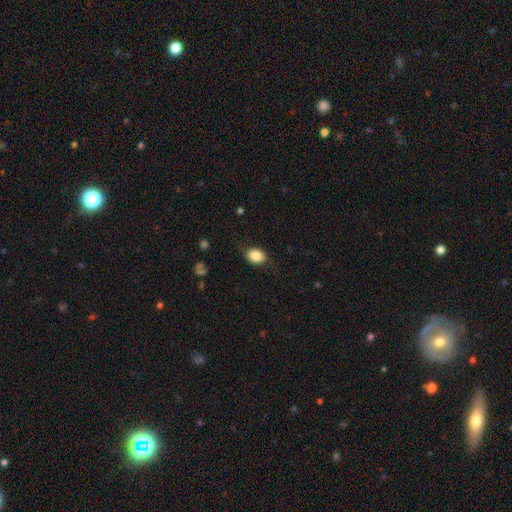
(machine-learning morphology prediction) A smooth galaxy with no disk features (86%) that is in between round and cigar-shaped (76%).

Vote fractions:
- Smooth or featured? smooth: 86% / star or artifact: 8% / featured or disk: 6%
- How rounded? in between: 76% / round: 23% / cigar-shaped: 1%
- Merging? none: 80% / minor disturbance: 15% / major disturbance: 4% / merger: 1%